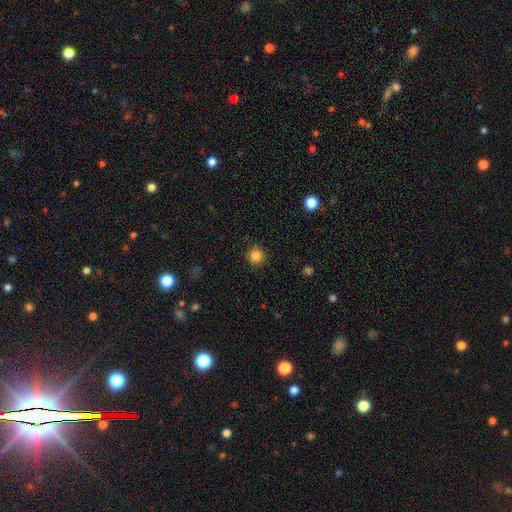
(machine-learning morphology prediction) smooth-or-featured: smooth: 84% | star or artifact: 11% | featured or disk: 4%
  how-rounded: round: 92% | in between: 7% | cigar-shaped: 1%
  merging: none: 90% | minor disturbance: 7% | major disturbance: 2% | merger: 1%